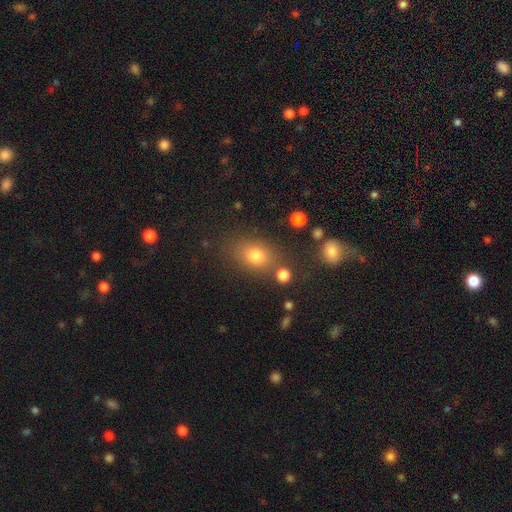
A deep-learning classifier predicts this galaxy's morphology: Smooth or featured?
  - smooth: 73% *
  - star or artifact: 17%
  - featured or disk: 9%
How rounded?
  - in between: 57% *
  - round: 41%
  - cigar-shaped: 2%
Merging?
  - none: 75% *
  - minor disturbance: 12%
  - merger: 8%
  - major disturbance: 5%